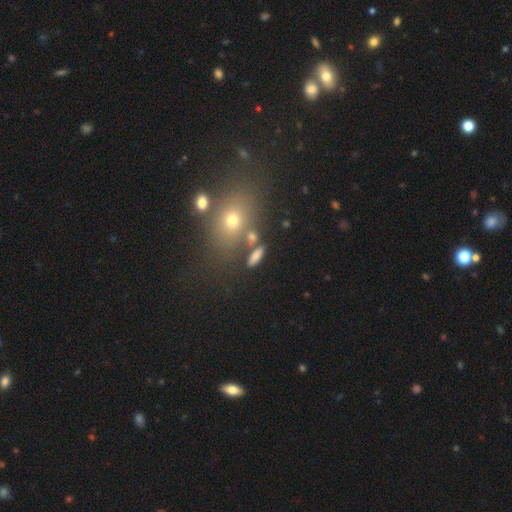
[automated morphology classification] smooth_or_featured: smooth (p=0.74) [alt: featured or disk p=0.14]
how_rounded: in between (p=0.55) [alt: cigar-shaped p=0.35]
merging: none (p=0.70) [alt: minor disturbance p=0.12]